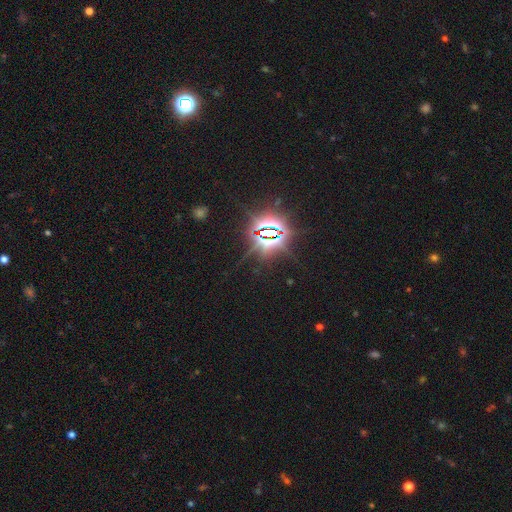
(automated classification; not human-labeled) Overall: star or artifact (86%).